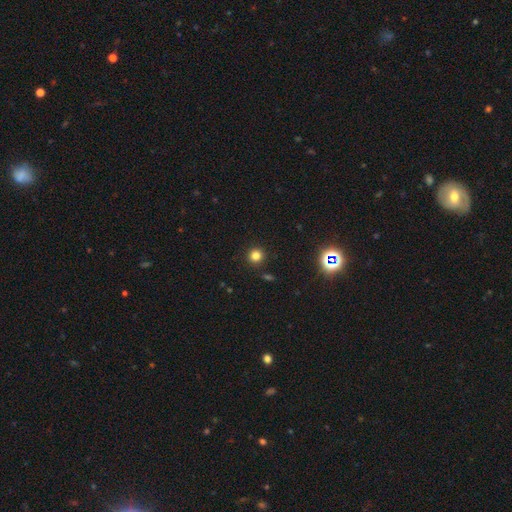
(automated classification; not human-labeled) Q: Smooth or featured?
A: smooth (79%); runner-up: star or artifact (16%)
Q: How rounded?
A: round (93%); runner-up: in between (6%)
Q: Merging?
A: none (90%); runner-up: minor disturbance (6%)